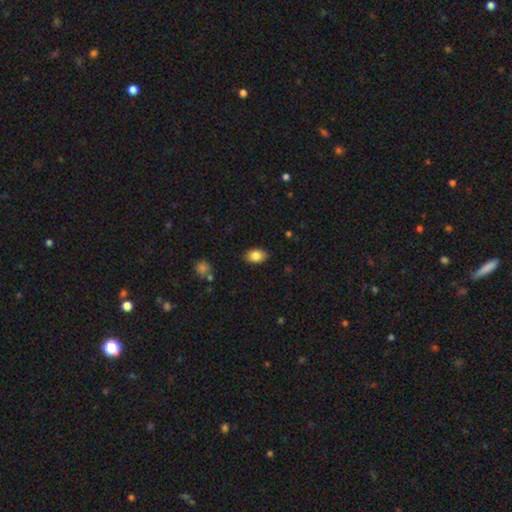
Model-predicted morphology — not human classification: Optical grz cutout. It shows a smooth galaxy with no disk features (85%) that is in between round and cigar-shaped (86%). Merging: none (87%).